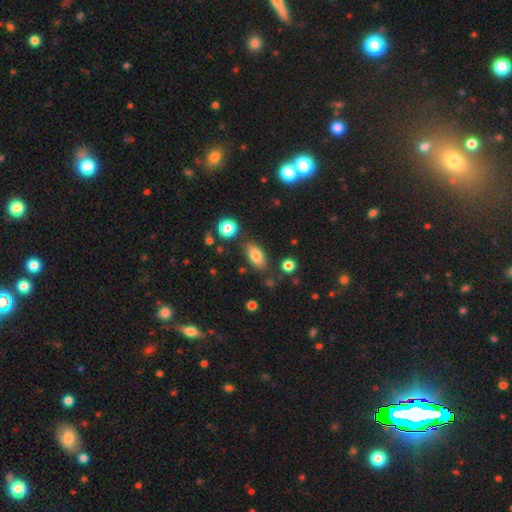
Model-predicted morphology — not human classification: Q: Smooth or featured?
A: smooth (81%); runner-up: featured or disk (11%)
Q: How rounded?
A: in between (88%); runner-up: cigar-shaped (7%)
Q: Merging?
A: none (79%); runner-up: minor disturbance (13%)